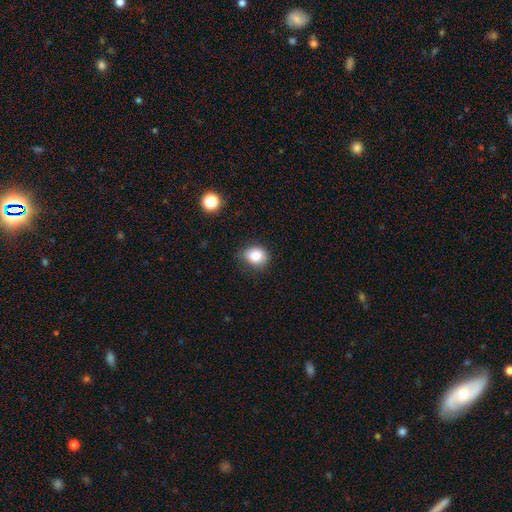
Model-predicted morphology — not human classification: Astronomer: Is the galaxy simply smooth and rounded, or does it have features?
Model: smooth — 83%.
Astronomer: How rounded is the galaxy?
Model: round — 59% (runner-up: in between, 40%).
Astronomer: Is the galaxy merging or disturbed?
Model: none — 70%.